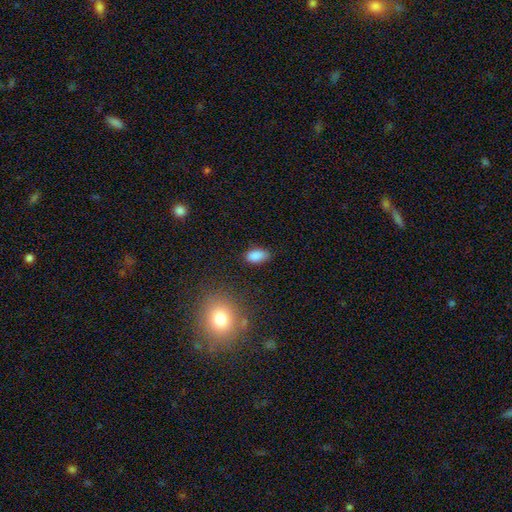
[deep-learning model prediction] This appears to be a smooth galaxy with no disk features (86%) that is in between round and cigar-shaped (92%). Merging: none (77%).